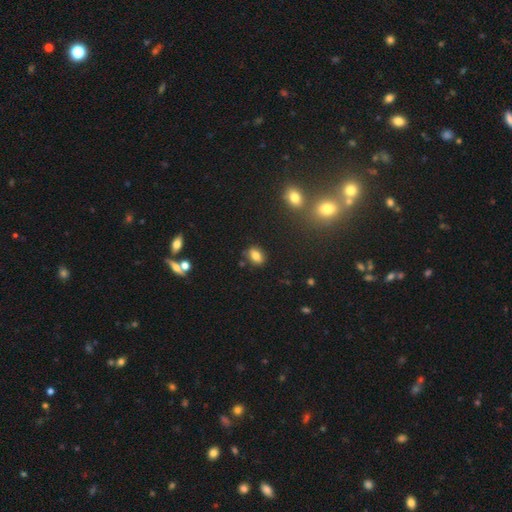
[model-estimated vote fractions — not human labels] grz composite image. It shows a smooth galaxy with no disk features (79%) that is in between round and cigar-shaped (76%). Merging: none (84%).